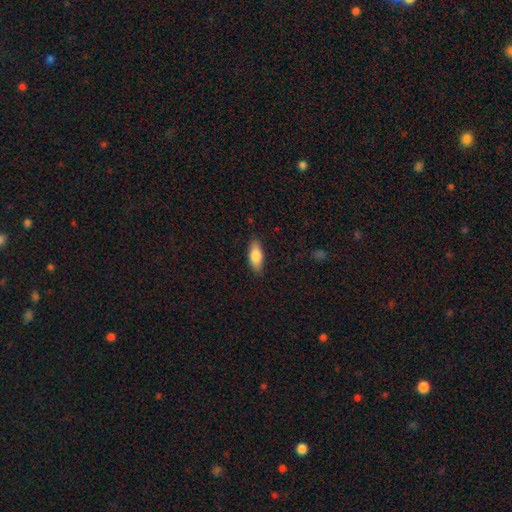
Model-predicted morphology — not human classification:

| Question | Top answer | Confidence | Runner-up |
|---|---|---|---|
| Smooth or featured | smooth | 81% | featured or disk (13%) |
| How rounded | in between | 79% | cigar-shaped (18%) |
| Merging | none | 87% | minor disturbance (10%) |